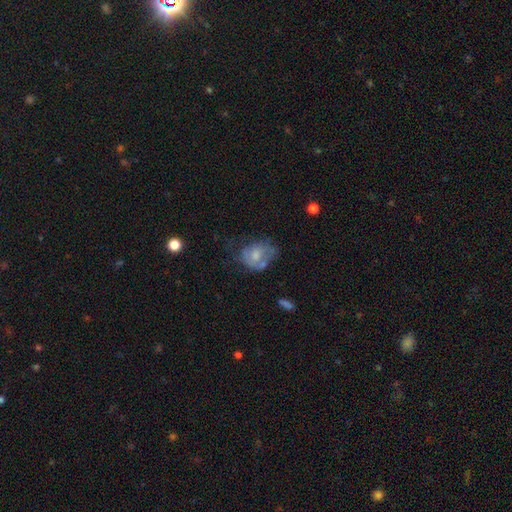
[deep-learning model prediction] Smooth or featured? Predicted: smooth (p=0.48). Merging? Predicted: none (p=0.33).